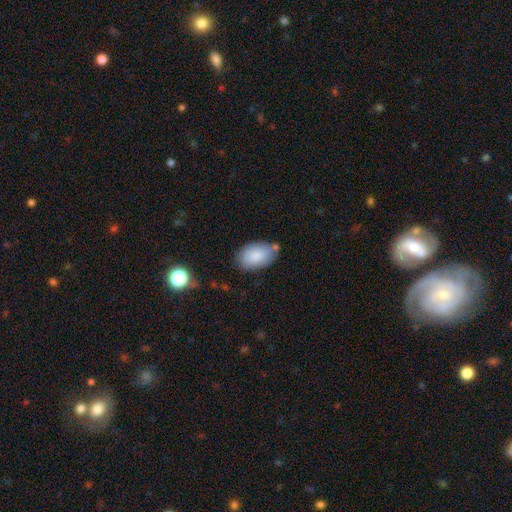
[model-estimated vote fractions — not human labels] This is clearly a smooth galaxy (84%). How rounded: clearly in between (93%). Merging: likely none (68%).